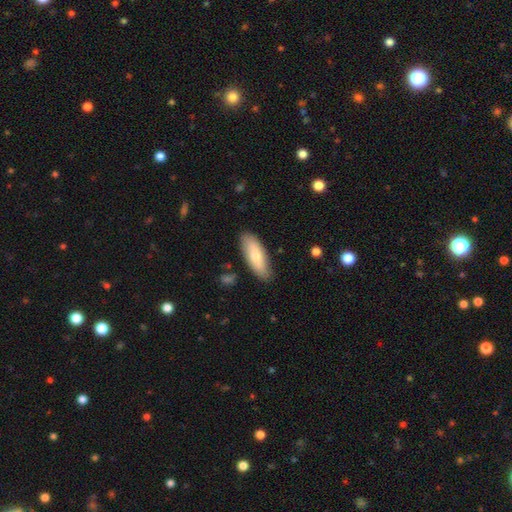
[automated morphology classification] type=smooth (74%); roundness=in between (69%); merging=none (83%).